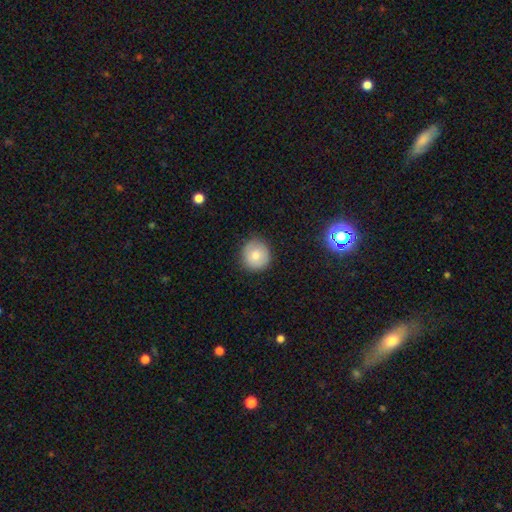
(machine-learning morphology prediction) Smooth or featured?
  - smooth: 79% *
  - featured or disk: 13%
  - star or artifact: 8%
How rounded?
  - round: 92% *
  - in between: 7%
  - cigar-shaped: 1%
Merging?
  - none: 87% *
  - minor disturbance: 10%
  - major disturbance: 2%
  - merger: 1%